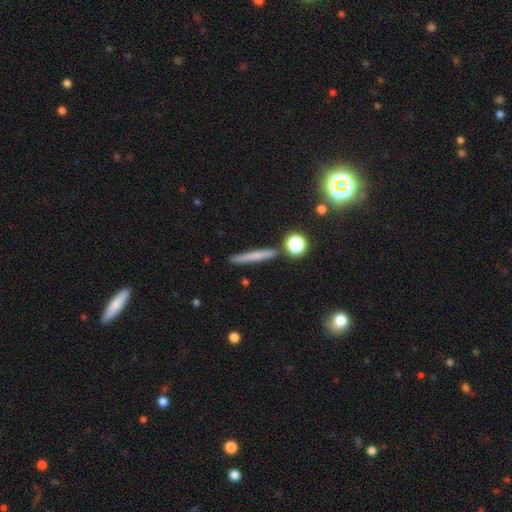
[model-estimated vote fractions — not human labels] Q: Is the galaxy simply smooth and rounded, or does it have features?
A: smooth — 60%.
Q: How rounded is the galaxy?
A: cigar-shaped — 91%.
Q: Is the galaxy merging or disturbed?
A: none — 86%.